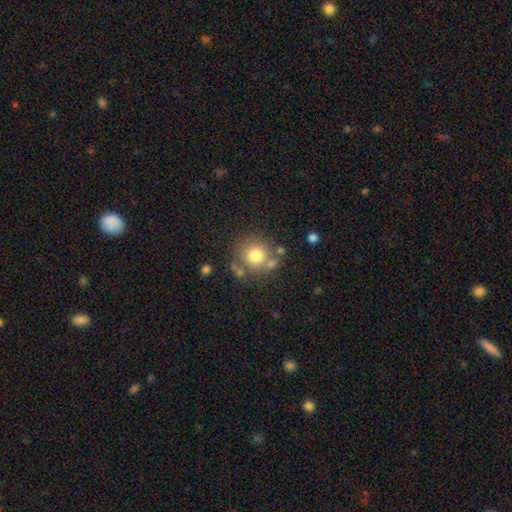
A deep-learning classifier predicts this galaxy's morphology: Smooth or featured: smooth — 75% (featured or disk — 13%)
How rounded: round — 91% (in between — 8%)
Merging: none — 70% (minor disturbance — 12%)